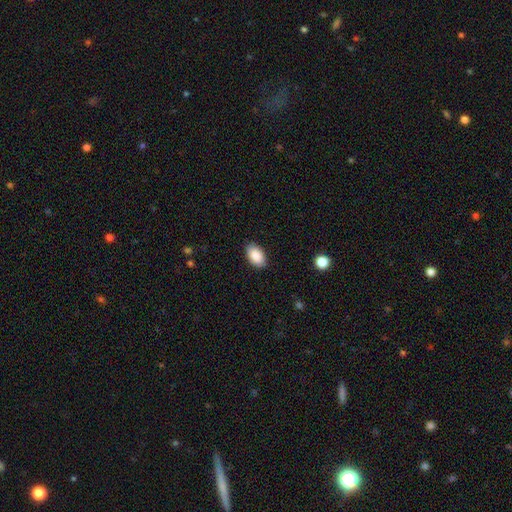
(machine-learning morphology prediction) smooth_or_featured: smooth (p=0.89) [alt: star or artifact p=0.07]
how_rounded: in between (p=0.94) [alt: round p=0.05]
merging: none (p=0.88) [alt: minor disturbance p=0.09]